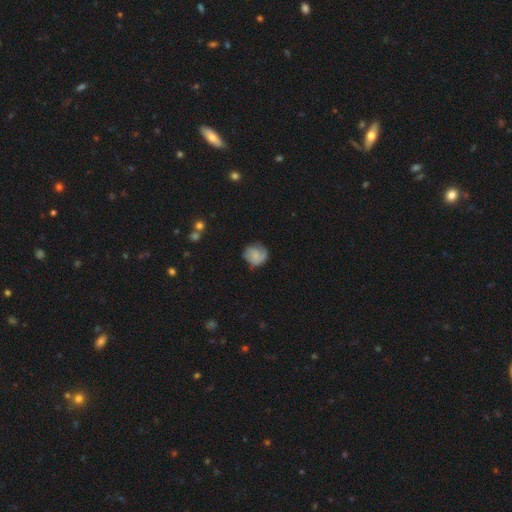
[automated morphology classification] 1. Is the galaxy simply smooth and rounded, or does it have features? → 54% smooth, 37% featured or disk, 8% star or artifact.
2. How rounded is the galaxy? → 82% round, 17% in between, 1% cigar-shaped.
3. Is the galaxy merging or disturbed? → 66% none, 23% minor disturbance, 9% major disturbance, 2% merger.